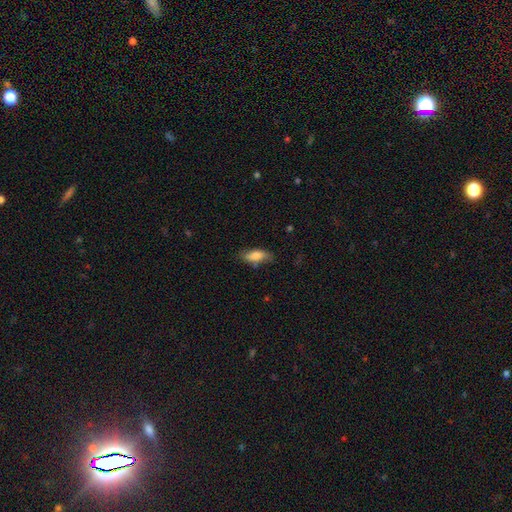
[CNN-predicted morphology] A smooth galaxy with no disk features (78%) that is in between round and cigar-shaped (75%). Merging: none (69%).